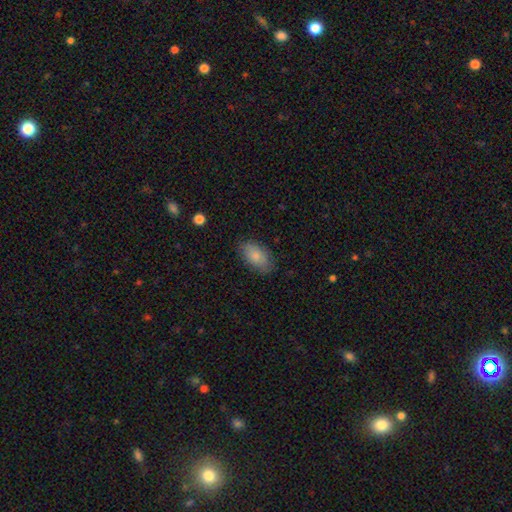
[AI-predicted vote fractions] A smooth galaxy with no disk features (82%) that is in between round and cigar-shaped (93%). Merging: none (80%).